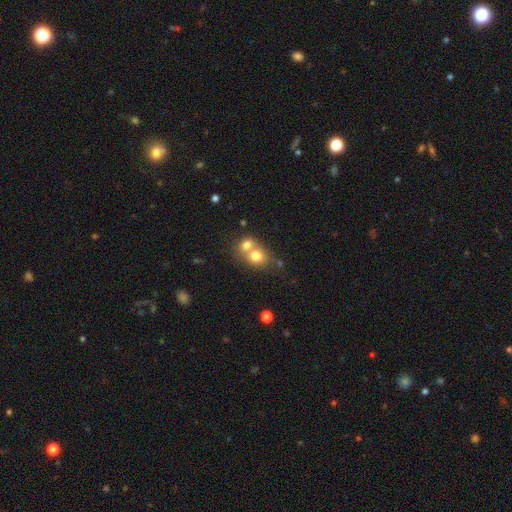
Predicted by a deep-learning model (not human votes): Smooth or featured: smooth — 72% (featured or disk — 17%)
How rounded: round — 67% (in between — 32%)
Merging: merger — 63% (none — 28%)